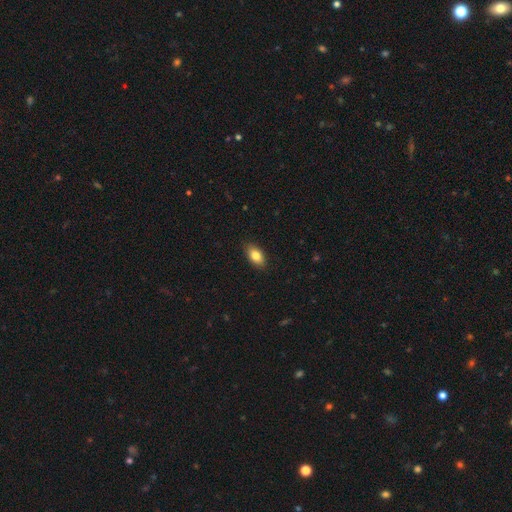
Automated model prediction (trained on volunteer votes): smooth 82%, featured or disk 10%, star or artifact 7%. Down the decision tree: how rounded — in between (90%); merging — none (88%).